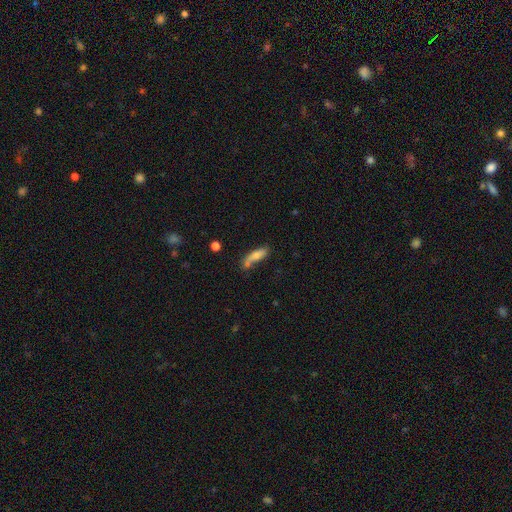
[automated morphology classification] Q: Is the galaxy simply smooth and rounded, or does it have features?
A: smooth — 70%.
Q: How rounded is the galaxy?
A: cigar-shaped — 50%.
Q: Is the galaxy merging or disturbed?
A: none — 46%.